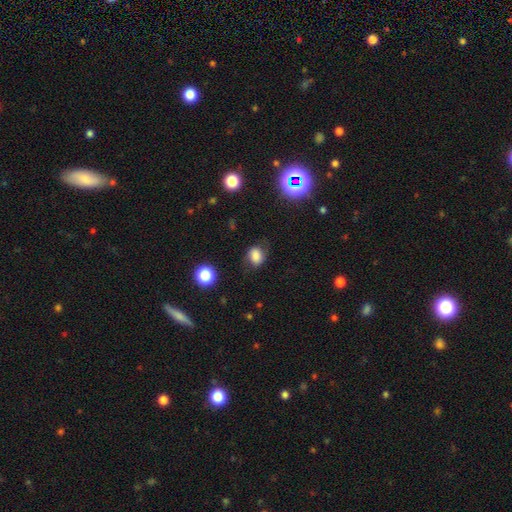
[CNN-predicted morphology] Q: Smooth or featured?
A: smooth (74%); runner-up: featured or disk (14%)
Q: How rounded?
A: in between (52%); runner-up: round (47%)
Q: Merging?
A: none (67%); runner-up: minor disturbance (22%)